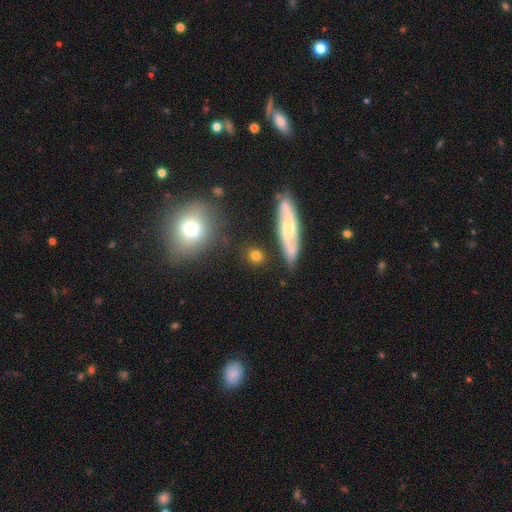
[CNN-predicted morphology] smooth 72%, featured or disk 19%, star or artifact 9%. Down the decision tree: how rounded — round (73%); merging — none (81%).